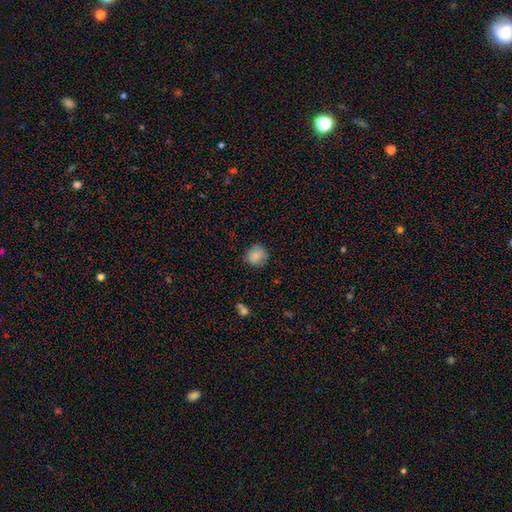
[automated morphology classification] Smooth or featured? smooth (85%)
How rounded? round (90%)
Merging? none (82%)